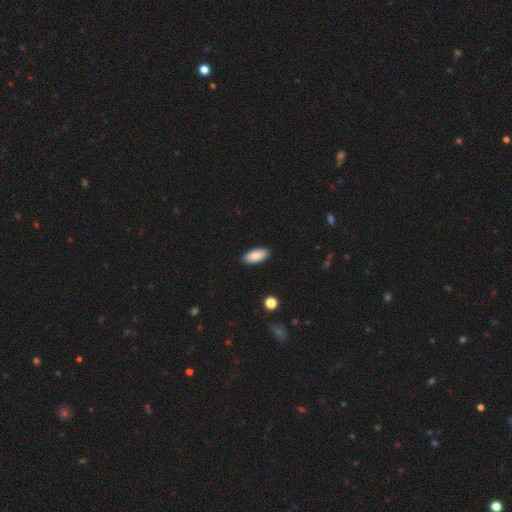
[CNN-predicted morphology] type=smooth (89%); roundness=in between (88%); merging=none (89%).